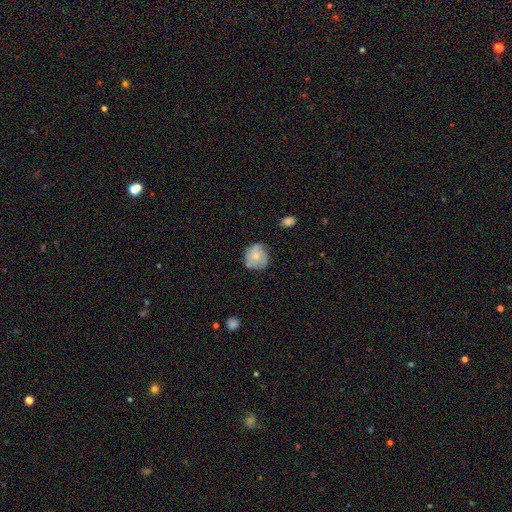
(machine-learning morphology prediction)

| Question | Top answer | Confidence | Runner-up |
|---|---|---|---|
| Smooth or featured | smooth | 56% | featured or disk (36%) |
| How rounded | round | 81% | in between (18%) |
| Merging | none | 61% | minor disturbance (29%) |